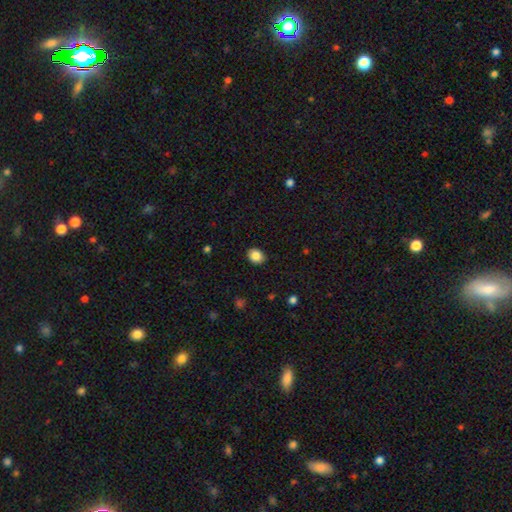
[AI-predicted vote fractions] Overall: smooth (86%). How rounded: round (55%; in between 44%). Merging: none (88%).